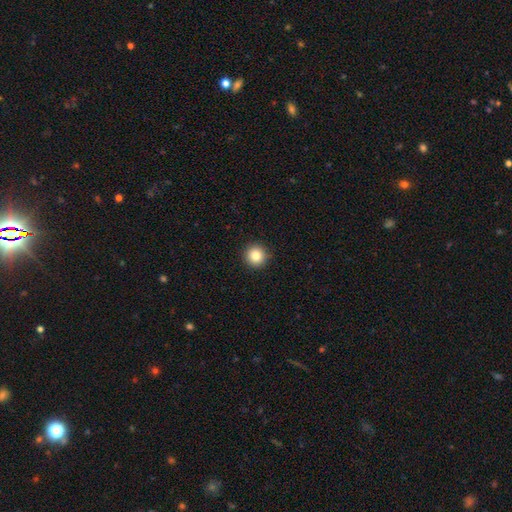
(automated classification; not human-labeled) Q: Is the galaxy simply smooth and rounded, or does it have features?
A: smooth — 85%.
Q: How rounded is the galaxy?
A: round — 96%.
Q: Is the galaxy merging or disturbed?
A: none — 93%.